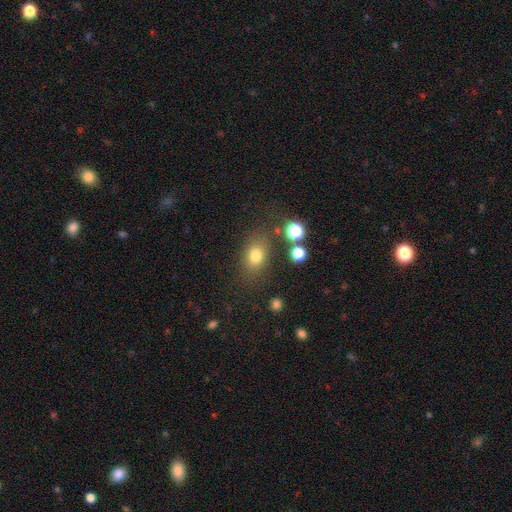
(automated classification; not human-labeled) Smooth or featured? Predicted: smooth (p=0.77). How rounded? Predicted: in between (p=0.66). Merging? Predicted: none (p=0.74).